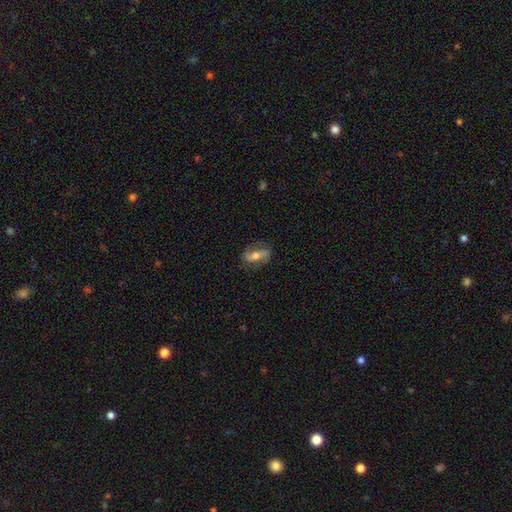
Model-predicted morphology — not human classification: This appears to be a featured or disk galaxy (56%). Merging: none (77%).